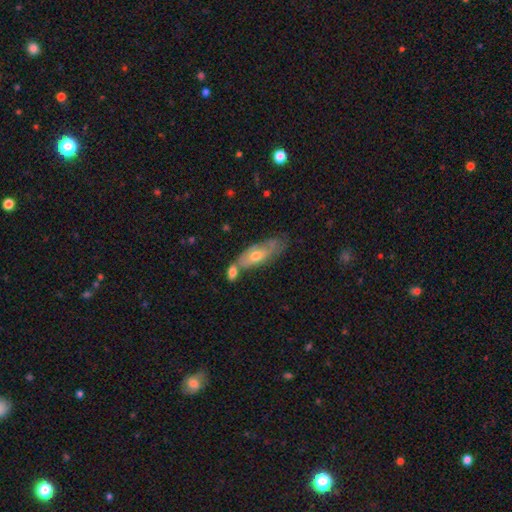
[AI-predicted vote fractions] This appears to be a featured or disk galaxy (53%). Merging: none (54%).